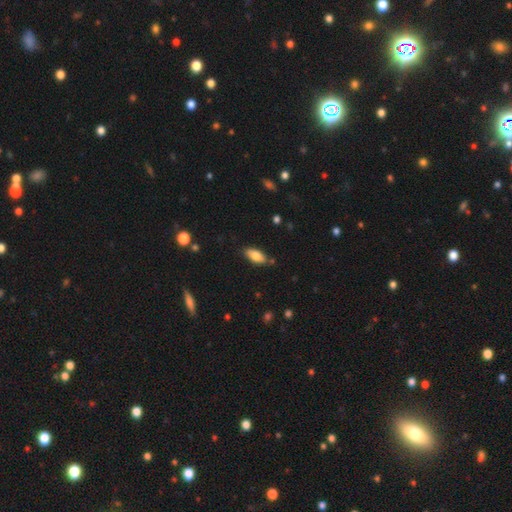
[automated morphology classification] smooth_or_featured: smooth (p=0.80) [alt: featured or disk p=0.13]
how_rounded: in between (p=0.86) [alt: cigar-shaped p=0.12]
merging: none (p=0.79) [alt: minor disturbance p=0.14]